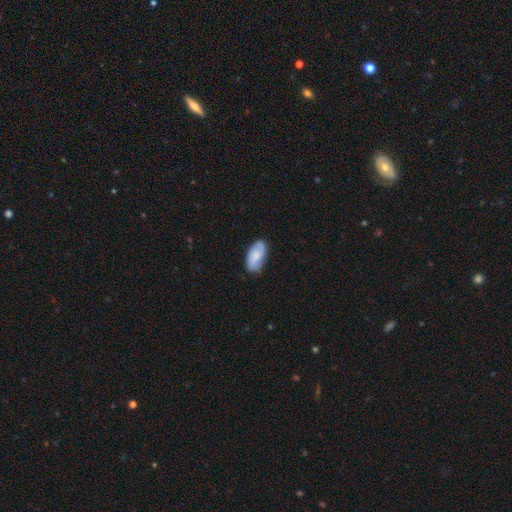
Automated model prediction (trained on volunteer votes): Smooth or featured? smooth (68%)
How rounded? in between (93%)
Merging? none (74%)